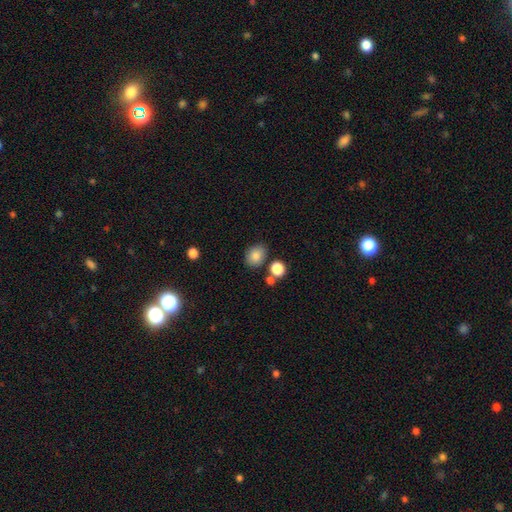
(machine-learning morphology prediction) Smooth or featured?
  - smooth: 84% *
  - star or artifact: 10%
  - featured or disk: 7%
How rounded?
  - in between: 56% *
  - round: 43%
  - cigar-shaped: 1%
Merging?
  - none: 78% *
  - minor disturbance: 12%
  - merger: 7%
  - major disturbance: 3%